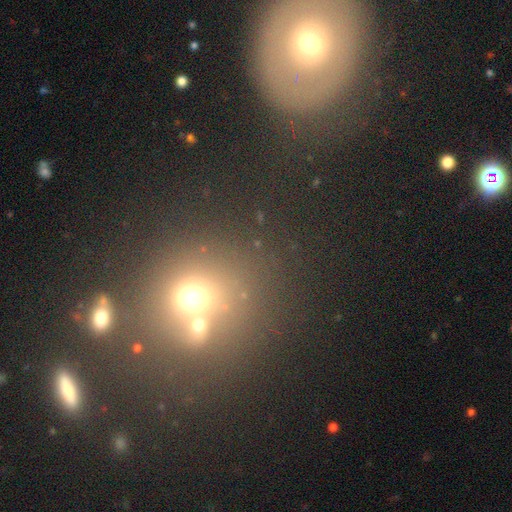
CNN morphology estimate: The model was most divided on "smooth or featured": smooth: 52%, star or artifact: 30%, featured or disk: 18%. More confident: how rounded — round (77%); merging — none (56%).